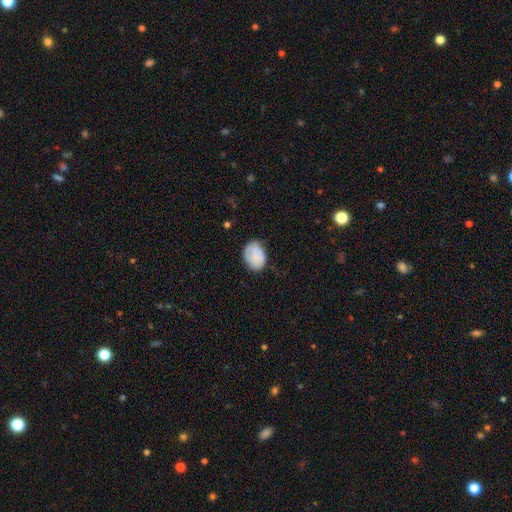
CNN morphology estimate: Smooth or featured?
  - smooth: 82% *
  - featured or disk: 11%
  - star or artifact: 7%
How rounded?
  - in between: 73% *
  - round: 26%
  - cigar-shaped: 1%
Merging?
  - none: 73% *
  - minor disturbance: 20%
  - major disturbance: 5%
  - merger: 1%